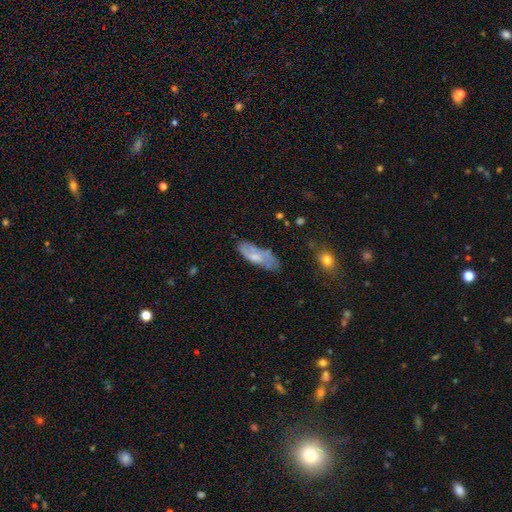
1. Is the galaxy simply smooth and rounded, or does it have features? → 54% smooth, 41% featured or disk, 5% star or artifact.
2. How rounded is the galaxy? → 67% in between, 33% cigar-shaped, 0% round.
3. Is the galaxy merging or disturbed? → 65% none, 27% minor disturbance, 5% major disturbance, 3% merger.